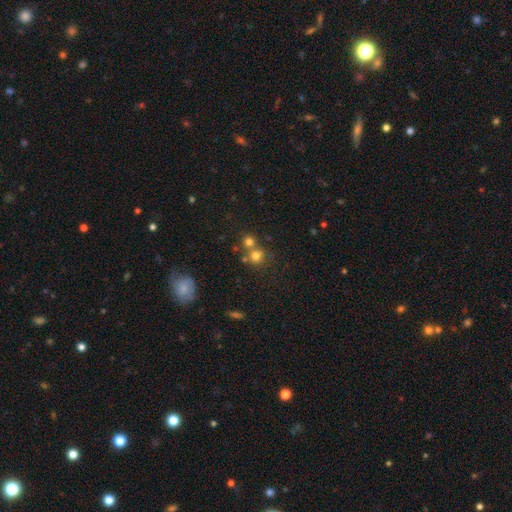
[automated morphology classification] Smooth or featured?
  - smooth: 72% *
  - star or artifact: 17%
  - featured or disk: 12%
How rounded?
  - round: 85% *
  - in between: 14%
  - cigar-shaped: 1%
Merging?
  - none: 49% *
  - merger: 39%
  - minor disturbance: 8%
  - major disturbance: 4%